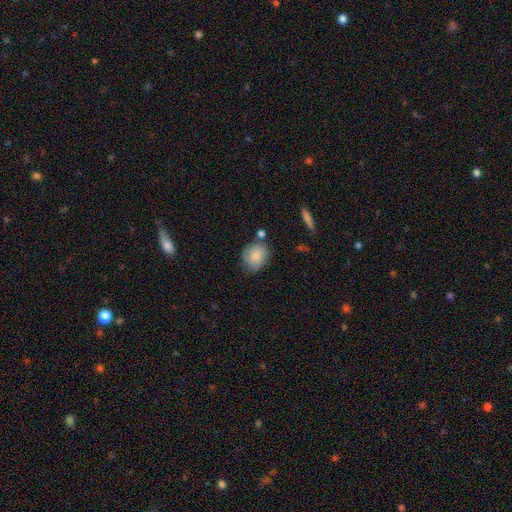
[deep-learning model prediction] This is clearly a smooth galaxy (84%). How rounded: likely round (61%). Merging: likely none (69%).